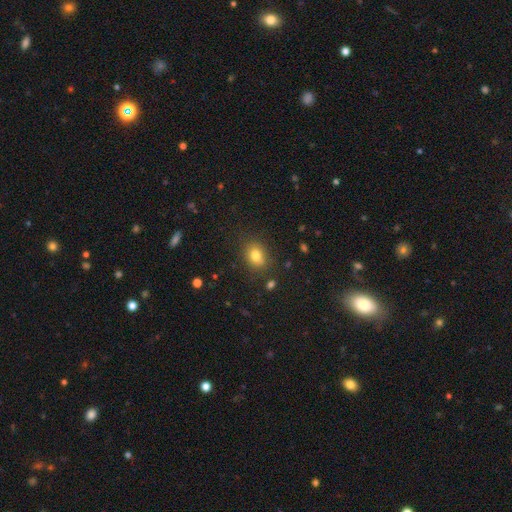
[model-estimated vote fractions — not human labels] Smooth or featured?
  - smooth: 79% *
  - star or artifact: 12%
  - featured or disk: 8%
How rounded?
  - round: 50% *
  - in between: 49%
  - cigar-shaped: 1%
Merging?
  - none: 77% *
  - minor disturbance: 14%
  - merger: 4%
  - major disturbance: 4%